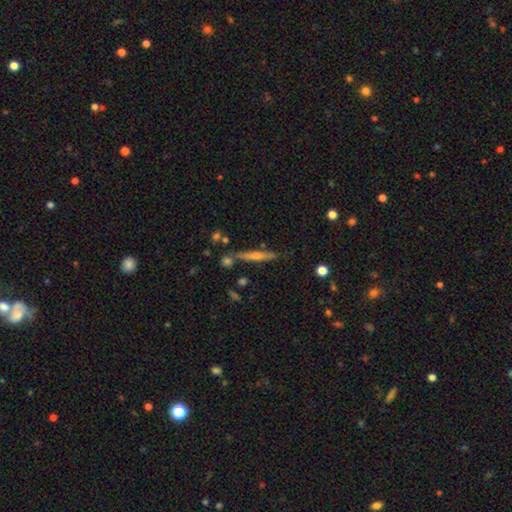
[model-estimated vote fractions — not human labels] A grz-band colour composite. It shows a featured or disk galaxy (59%) viewed edge-on (95%) with a rounded central bulge (64%). Merging: none (80%).